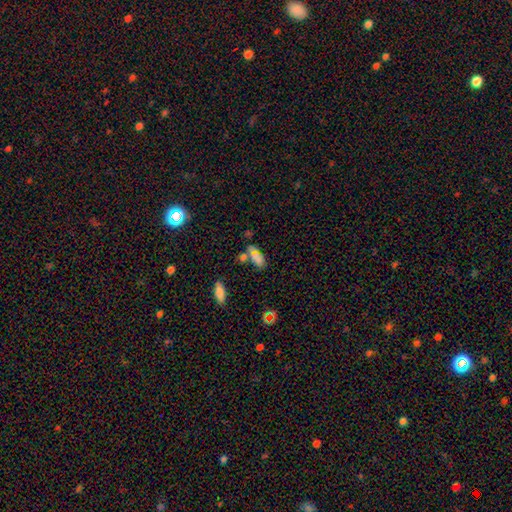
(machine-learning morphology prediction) This appears to be a smooth galaxy with no disk features (70%) that is in between round and cigar-shaped (81%). Merging: none (40%).